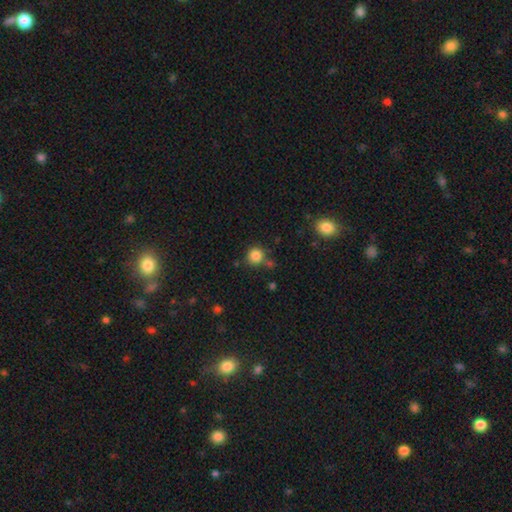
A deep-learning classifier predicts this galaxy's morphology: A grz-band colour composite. It shows a smooth galaxy with no disk features (84%) that is round (91%). Merging: none (73%).